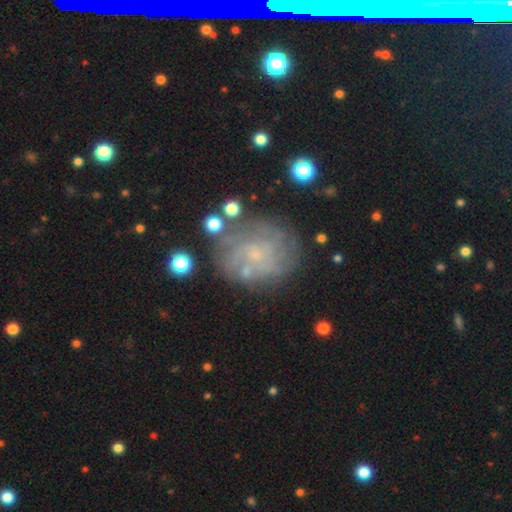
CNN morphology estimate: Smooth or featured? Predicted: featured or disk (p=0.64). Edge-on disk? Predicted: no (p=0.97). Bar? Predicted: no (p=0.77). Spiral arms? Predicted: yes (p=0.75). Bulge size? Predicted: small (p=0.69). Merging? Predicted: none (p=0.69).